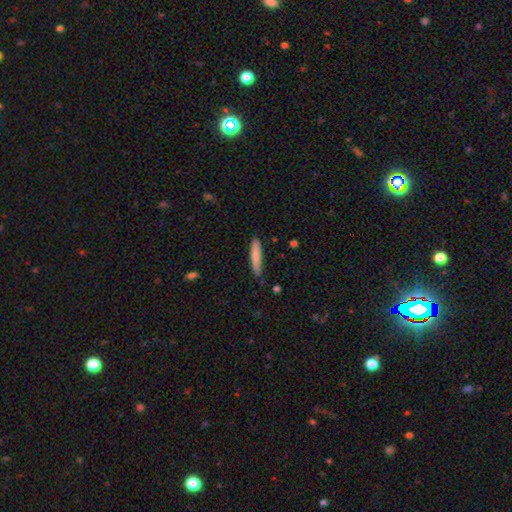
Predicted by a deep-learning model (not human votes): This is likely a smooth galaxy (80%). How rounded: clearly cigar-shaped (89%). Merging: clearly none (85%).